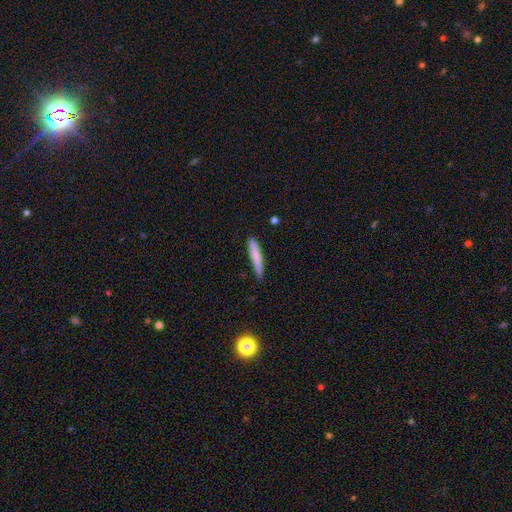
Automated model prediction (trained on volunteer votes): smooth-or-featured: smooth: 76% | featured or disk: 18% | star or artifact: 6%
  how-rounded: cigar-shaped: 93% | in between: 6% | round: 1%
  merging: none: 74% | minor disturbance: 21% | major disturbance: 3% | merger: 2%